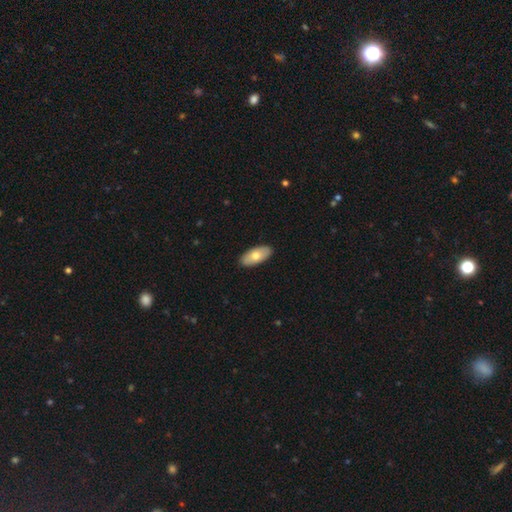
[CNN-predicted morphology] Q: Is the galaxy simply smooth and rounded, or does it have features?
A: smooth — 70%.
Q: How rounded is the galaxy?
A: in between — 91%.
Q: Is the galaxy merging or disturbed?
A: none — 90%.